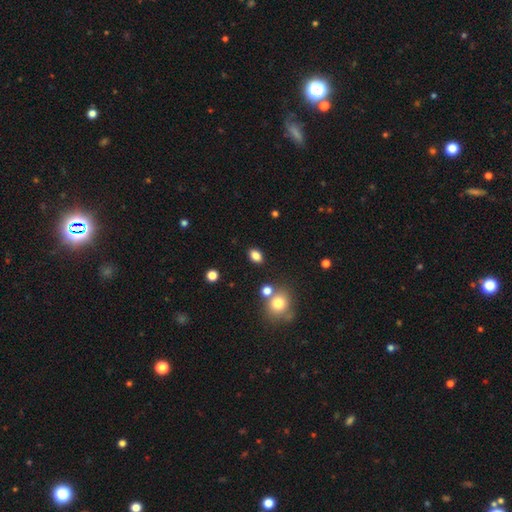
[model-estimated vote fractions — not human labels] Smooth or featured?
  - smooth: 83% *
  - star or artifact: 11%
  - featured or disk: 5%
How rounded?
  - in between: 78% *
  - round: 21%
  - cigar-shaped: 2%
Merging?
  - none: 83% *
  - minor disturbance: 9%
  - merger: 5%
  - major disturbance: 3%